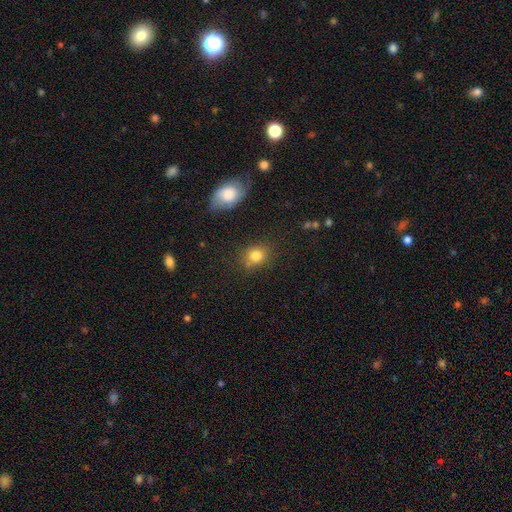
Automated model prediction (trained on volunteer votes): smooth 81%, star or artifact 12%, featured or disk 7%. Down the decision tree: how rounded — round (64%); merging — none (74%).